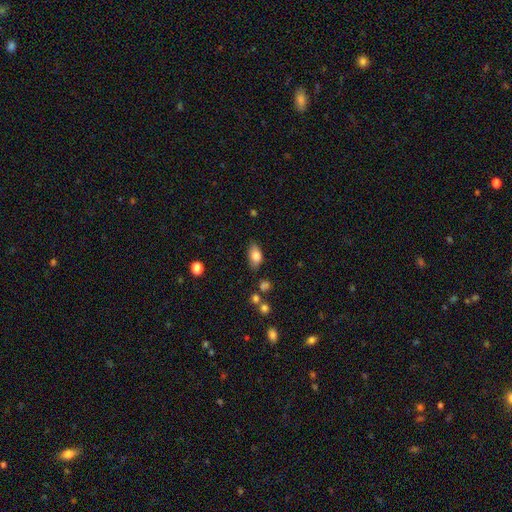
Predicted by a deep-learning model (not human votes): The model was most divided on "merging": none: 78%, minor disturbance: 16%, major disturbance: 3%, merger: 2%. More confident: how rounded — in between (89%); smooth or featured — smooth (80%).